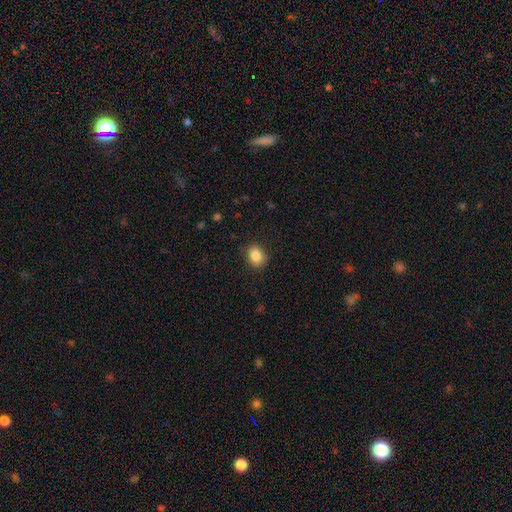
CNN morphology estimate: type=smooth (86%); roundness=in between (61%); merging=none (83%).